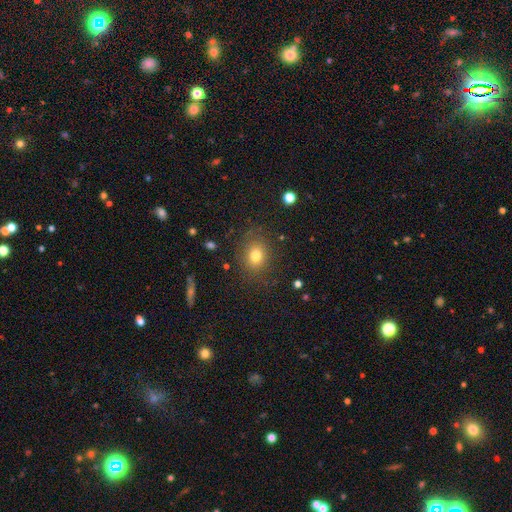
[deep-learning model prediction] Smooth or featured? smooth (77%)
How rounded? round (59%)
Merging? none (82%)